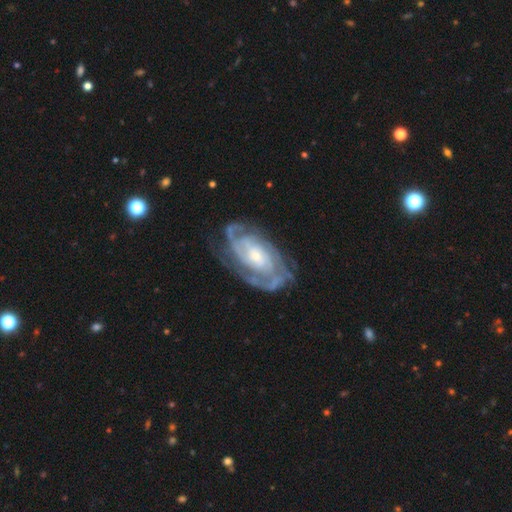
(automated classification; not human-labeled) A featured or disk galaxy (89%) with no bar (63%), 2 (31%) tight (68%) spiral arms (97%) and a small central bulge (54%).

Vote fractions:
- Smooth or featured? featured or disk: 89% / smooth: 6% / star or artifact: 5%
- Edge-on disk? no: 96% / yes: 4%
- Bar? no: 63% / weak: 28% / strong: 9%
- Spiral arms? yes: 97% / no: 3%
- Spiral winding? tight: 68% / medium: 27% / loose: 5%
- Spiral arm count? 2: 31% / can't tell: 28% / 3: 20% / 4: 10% / more than 4: 6% / 1: 5%
- Bulge size? small: 54% / moderate: 38% / large: 5% / none: 2% / dominant: 1%
- Merging? none: 71% / minor disturbance: 19% / major disturbance: 9% / merger: 2%